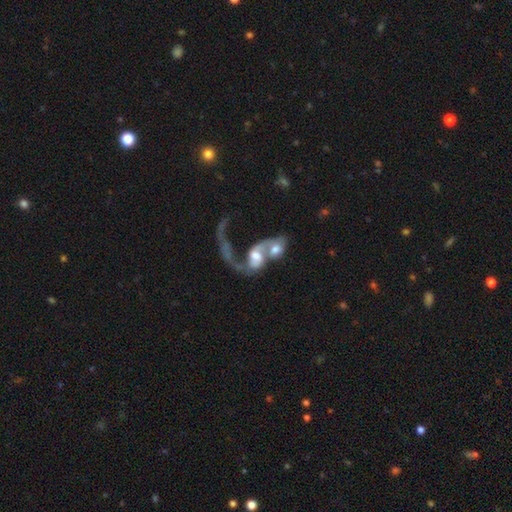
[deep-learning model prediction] Q: Smooth or featured?
A: featured or disk (64%); runner-up: smooth (28%)
Q: Edge-on disk?
A: no (94%); runner-up: yes (6%)
Q: Bar?
A: no (58%); runner-up: weak (30%)
Q: Spiral arms?
A: yes (76%); runner-up: no (24%)
Q: Bulge size?
A: moderate (53%); runner-up: large (22%)
Q: Merging?
A: merger (78%); runner-up: major disturbance (12%)